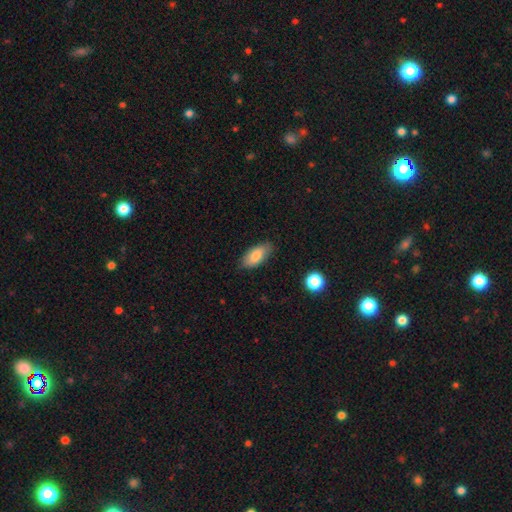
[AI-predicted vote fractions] Morphology: type=smooth (83%); roundness=in between (89%); merging=none (81%).